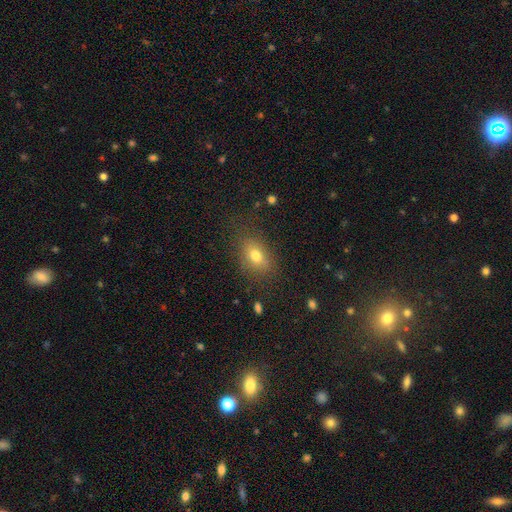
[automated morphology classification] type=smooth (74%); roundness=in between (76%); merging=none (74%).